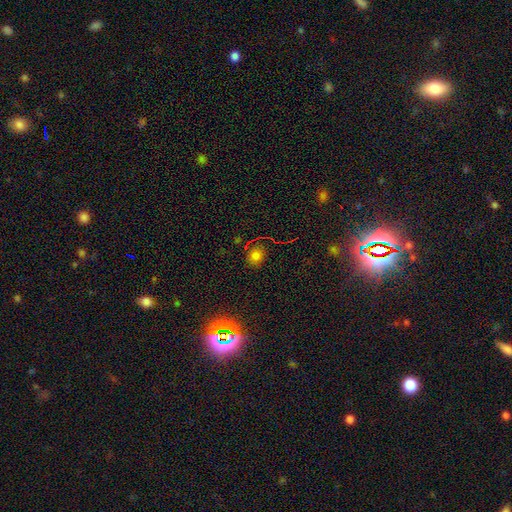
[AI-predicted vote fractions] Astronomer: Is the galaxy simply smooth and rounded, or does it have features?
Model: smooth — 71%.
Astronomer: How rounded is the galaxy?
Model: round — 65%.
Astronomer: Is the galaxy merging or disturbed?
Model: none — 81%.